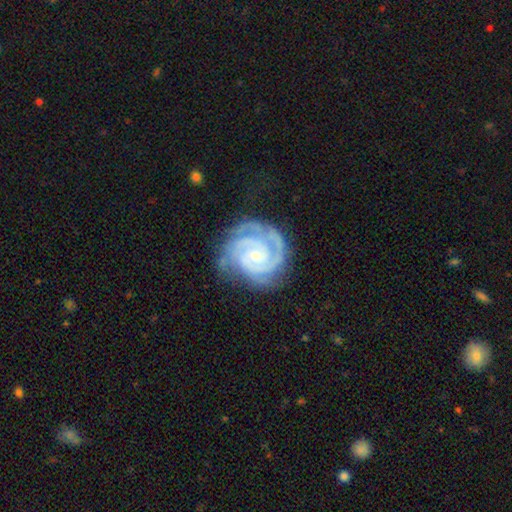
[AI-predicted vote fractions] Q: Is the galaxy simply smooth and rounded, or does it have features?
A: featured or disk — 92%.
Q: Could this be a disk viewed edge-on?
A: no — 98%.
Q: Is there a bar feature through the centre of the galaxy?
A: no — 70%.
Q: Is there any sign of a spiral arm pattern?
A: yes — 99%.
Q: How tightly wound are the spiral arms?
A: tight — 79%.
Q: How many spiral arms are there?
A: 3 — 44%.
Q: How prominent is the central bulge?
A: small — 66%.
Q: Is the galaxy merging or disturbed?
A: none — 73%.